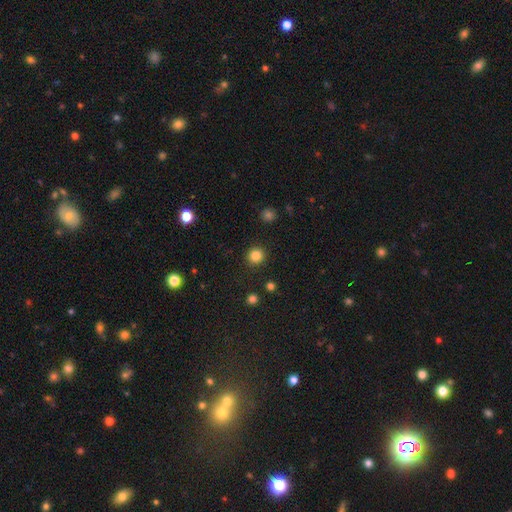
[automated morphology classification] Smooth or featured? smooth (84%)
How rounded? round (93%)
Merging? none (92%)